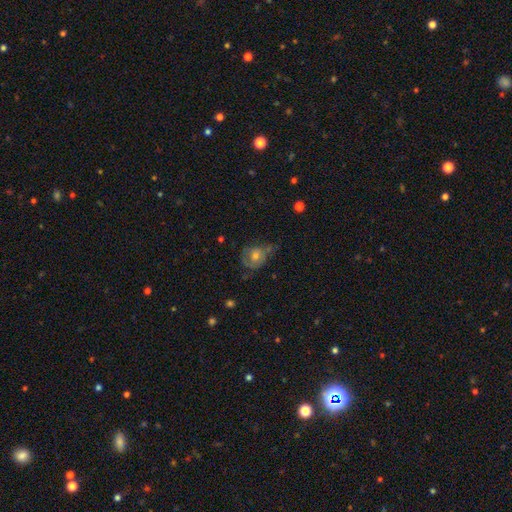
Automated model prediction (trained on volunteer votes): Overall: featured or disk (53%; smooth 35%). Edge-on disk: no (96%). Bar: no (77%). Spiral arms: yes (65%; no 35%). Bulge size: moderate (61%; small 24%). Merging: none (44%; minor disturbance 29%).